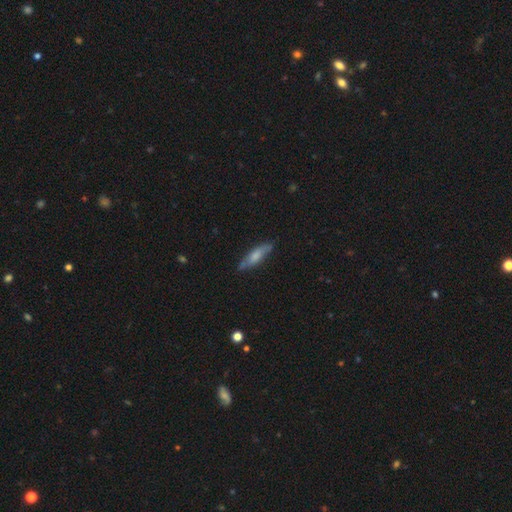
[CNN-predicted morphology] Smooth or featured: smooth — 59% (featured or disk — 35%)
How rounded: cigar-shaped — 67% (in between — 31%)
Merging: none — 76% (minor disturbance — 19%)